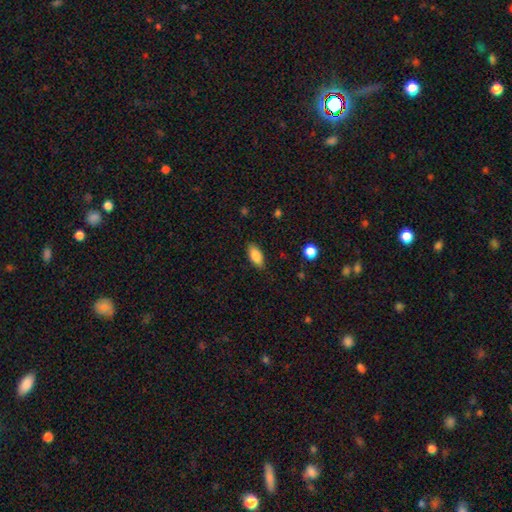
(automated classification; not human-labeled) A smooth galaxy with no disk features (86%) that is in between round and cigar-shaped (89%). Merging: none (85%).